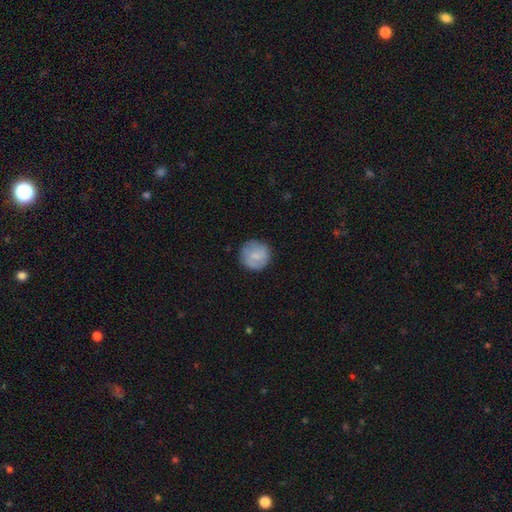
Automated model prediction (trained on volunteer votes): Q: Smooth or featured?
A: smooth (69%); runner-up: featured or disk (25%)
Q: How rounded?
A: round (94%); runner-up: in between (5%)
Q: Merging?
A: none (84%); runner-up: minor disturbance (11%)